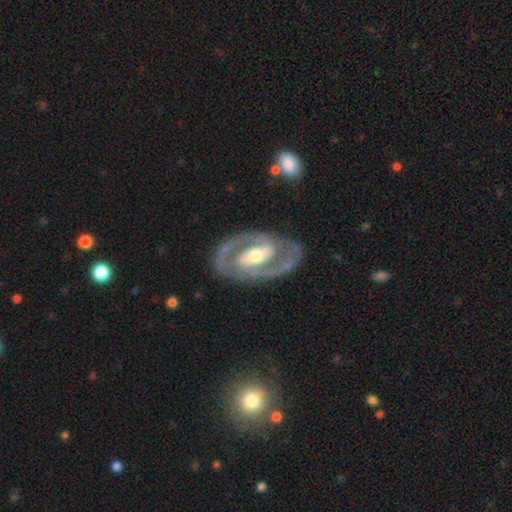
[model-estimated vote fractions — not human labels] A featured or disk galaxy (85%) with a strong bar (45%), 2 (87%) medium (46%) spiral arms (80%) and a moderate central bulge (64%).

Vote fractions:
- Smooth or featured? featured or disk: 85% / smooth: 11% / star or artifact: 4%
- Edge-on disk? no: 95% / yes: 5%
- Bar? strong: 45% / weak: 31% / no: 24%
- Spiral arms? yes: 80% / no: 20%
- Spiral winding? medium: 46% / tight: 42% / loose: 12%
- Spiral arm count? 2: 87% / can't tell: 6% / 1: 3% / 3: 1% / 4: 1% / more than 4: 1%
- Bulge size? moderate: 64% / small: 20% / large: 13% / dominant: 1% / none: 1%
- Merging? none: 82% / minor disturbance: 11% / major disturbance: 5% / merger: 1%